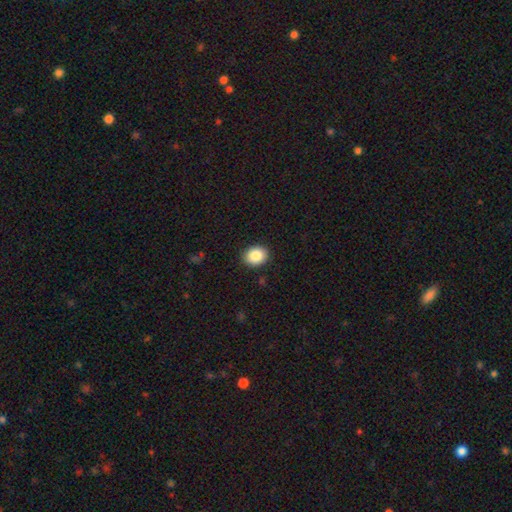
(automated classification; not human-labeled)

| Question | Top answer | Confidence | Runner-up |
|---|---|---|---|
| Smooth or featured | smooth | 86% | star or artifact (8%) |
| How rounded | round | 52% | in between (47%) |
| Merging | none | 90% | minor disturbance (7%) |